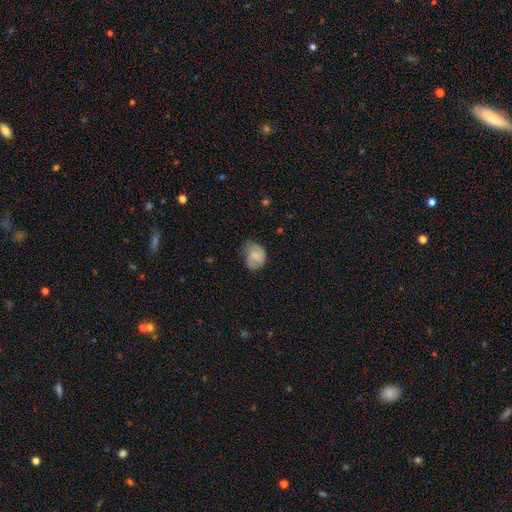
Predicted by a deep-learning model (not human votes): Q: Smooth or featured?
A: smooth (72%); runner-up: featured or disk (21%)
Q: How rounded?
A: in between (56%); runner-up: round (43%)
Q: Merging?
A: none (46%); runner-up: minor disturbance (39%)